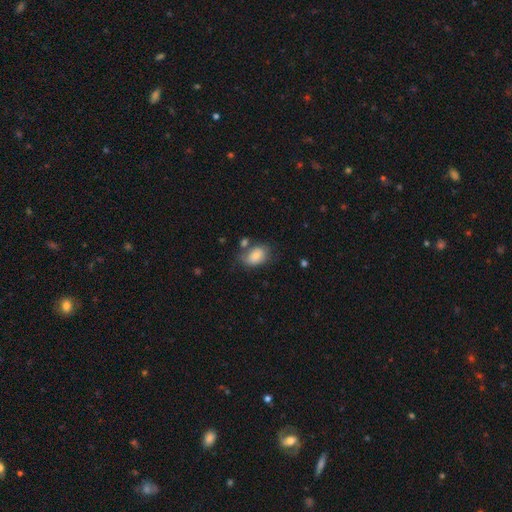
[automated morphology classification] Overall: smooth (78%). How rounded: in between (83%). Merging: none (52%; minor disturbance 24%).